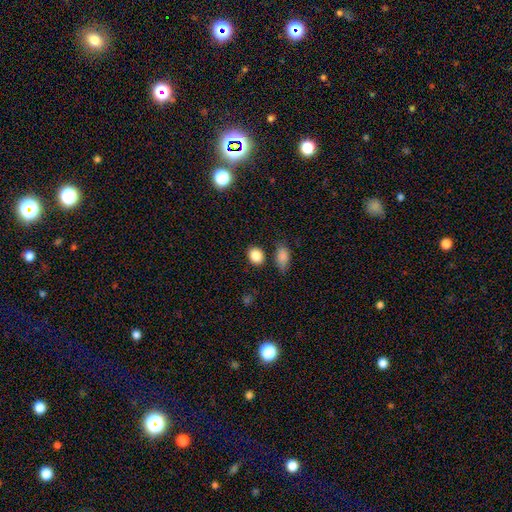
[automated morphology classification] This appears to be a smooth galaxy with no disk features (86%) that is round (55%). Merging: none (79%).